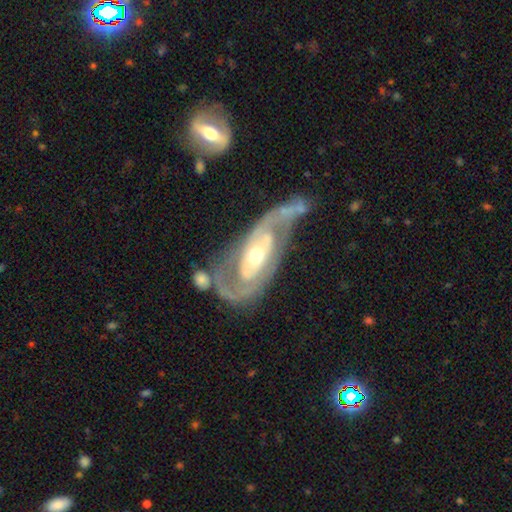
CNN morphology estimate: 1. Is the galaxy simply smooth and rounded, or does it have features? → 89% featured or disk, 6% smooth, 5% star or artifact.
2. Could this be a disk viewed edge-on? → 94% no, 6% yes.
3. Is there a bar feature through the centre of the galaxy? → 50% no, 31% weak, 19% strong.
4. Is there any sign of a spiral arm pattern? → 92% yes, 8% no.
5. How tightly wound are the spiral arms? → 43% medium, 38% tight, 19% loose.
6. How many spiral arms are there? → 79% 2, 9% can't tell, 5% 1, 3% 3, 2% 4, 2% more than 4.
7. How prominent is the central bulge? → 65% moderate, 28% small, 5% large, 1% dominant, 1% none.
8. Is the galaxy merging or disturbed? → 48% none, 22% minor disturbance, 20% major disturbance, 9% merger.